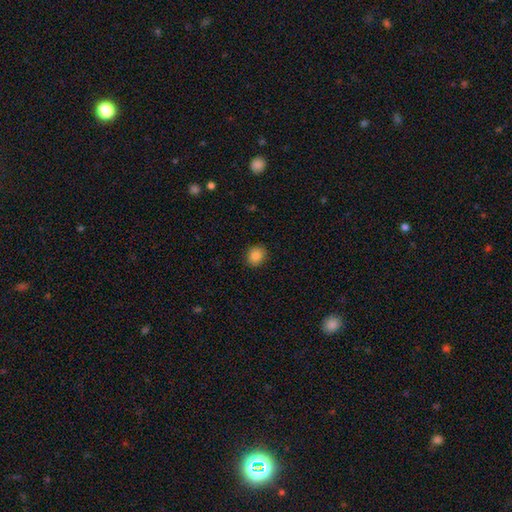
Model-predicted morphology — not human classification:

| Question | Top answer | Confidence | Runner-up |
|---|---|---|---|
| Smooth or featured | smooth | 85% | star or artifact (10%) |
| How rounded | round | 75% | in between (25%) |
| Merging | none | 90% | minor disturbance (7%) |